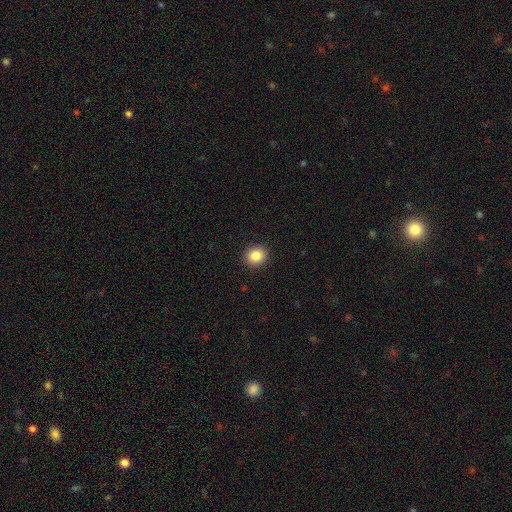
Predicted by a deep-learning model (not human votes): The model was most divided on "how rounded": round: 84%, in between: 15%, cigar-shaped: 1%. More confident: merging — none (92%); smooth or featured — smooth (85%).